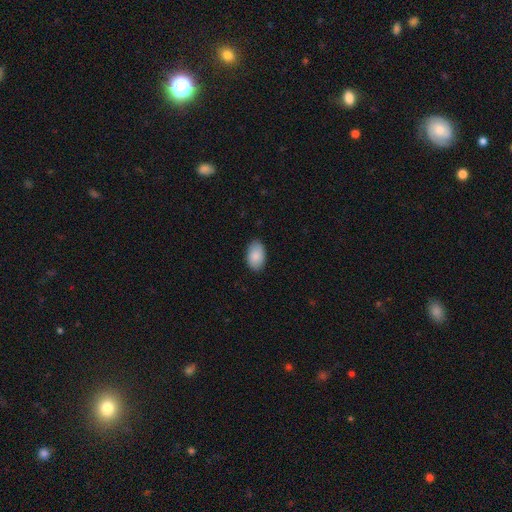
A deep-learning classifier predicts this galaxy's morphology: This appears to be a smooth galaxy with no disk features (88%) that is in between round and cigar-shaped (93%). Merging: none (86%).